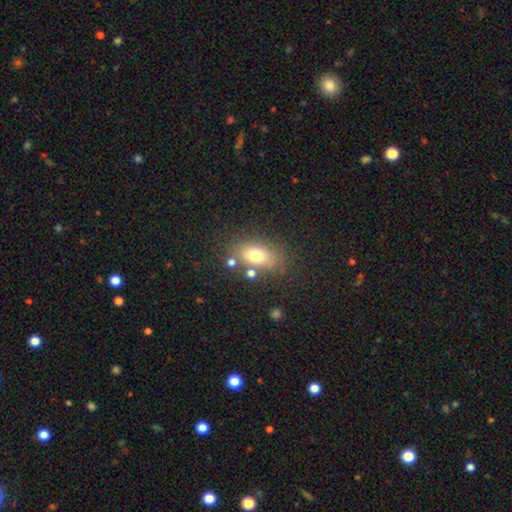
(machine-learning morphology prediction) Smooth or featured? smooth (71%)
How rounded? in between (77%)
Merging? none (69%)